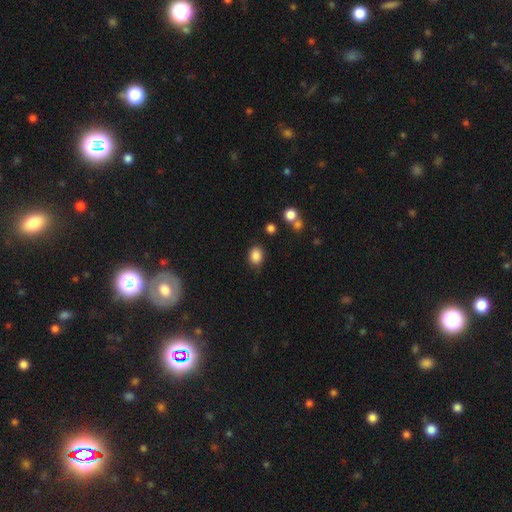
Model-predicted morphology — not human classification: The model was most divided on "how rounded": in between: 59%, round: 40%, cigar-shaped: 1%. More confident: smooth or featured — smooth (86%); merging — none (79%).